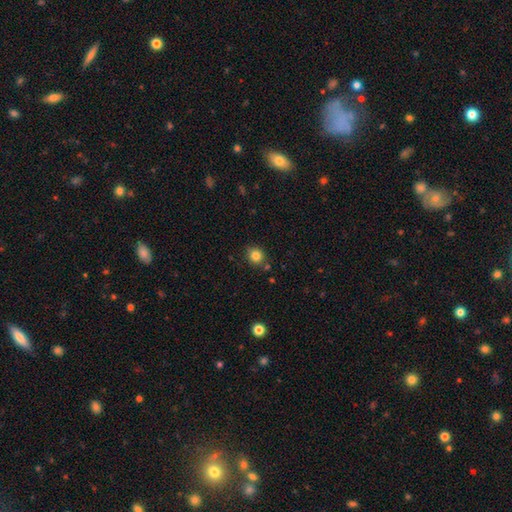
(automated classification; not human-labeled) A smooth galaxy with no disk features (83%) that is round (87%).

Vote fractions:
- Smooth or featured? smooth: 83% / star or artifact: 12% / featured or disk: 6%
- How rounded? round: 87% / in between: 12% / cigar-shaped: 1%
- Merging? none: 81% / minor disturbance: 11% / merger: 5% / major disturbance: 2%